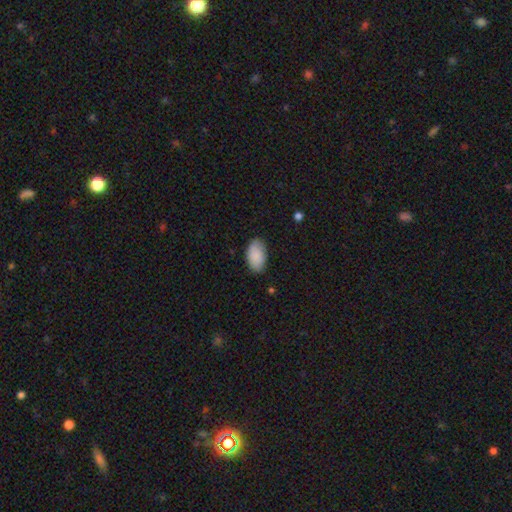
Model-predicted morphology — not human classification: Smooth or featured: smooth — 89% (star or artifact — 6%)
How rounded: in between — 95% (round — 4%)
Merging: none — 83% (minor disturbance — 13%)